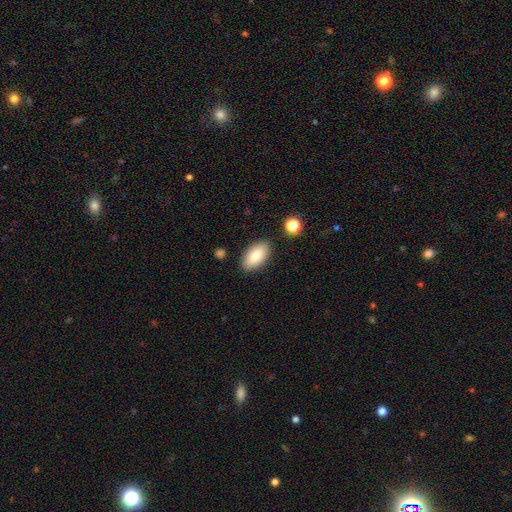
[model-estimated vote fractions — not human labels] smooth 80%, featured or disk 13%, star or artifact 7%. Down the decision tree: how rounded — in between (93%); merging — none (86%).